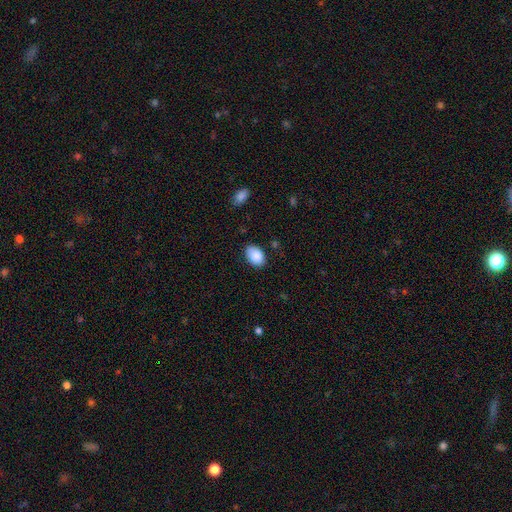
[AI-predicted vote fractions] smooth 89%, star or artifact 7%, featured or disk 5%. Down the decision tree: how rounded — in between (87%); merging — none (82%).